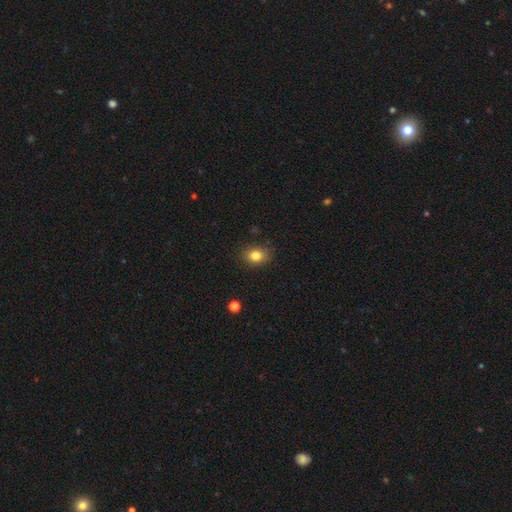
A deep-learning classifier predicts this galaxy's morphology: Smooth or featured? Predicted: smooth (p=0.83). How rounded? Predicted: in between (p=0.61). Merging? Predicted: none (p=0.82).